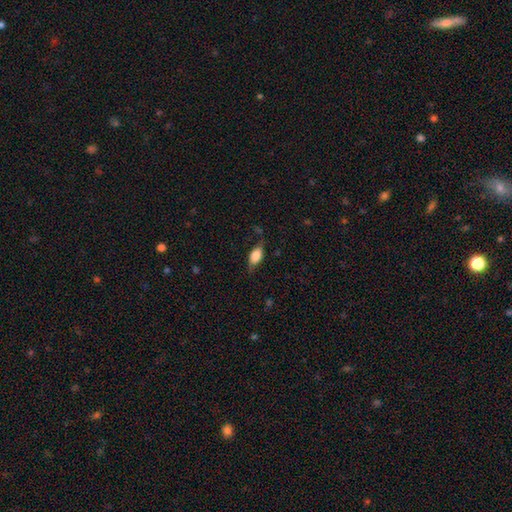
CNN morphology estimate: smooth_or_featured: smooth (p=0.73) [alt: featured or disk p=0.19]
how_rounded: in between (p=0.85) [alt: cigar-shaped p=0.10]
merging: none (p=0.68) [alt: minor disturbance p=0.23]